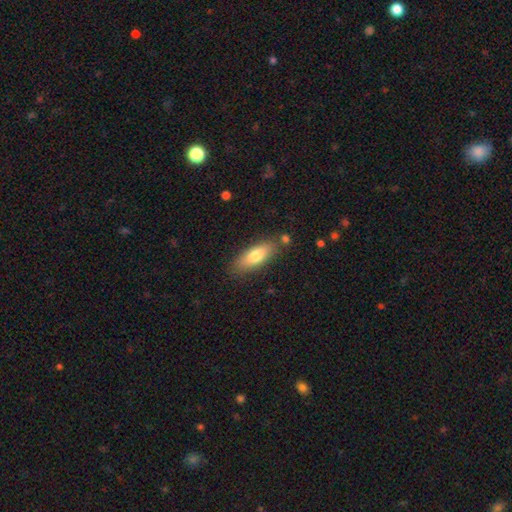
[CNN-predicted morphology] This is likely a smooth galaxy (74%). How rounded: likely in between (67%). Merging: clearly none (80%).